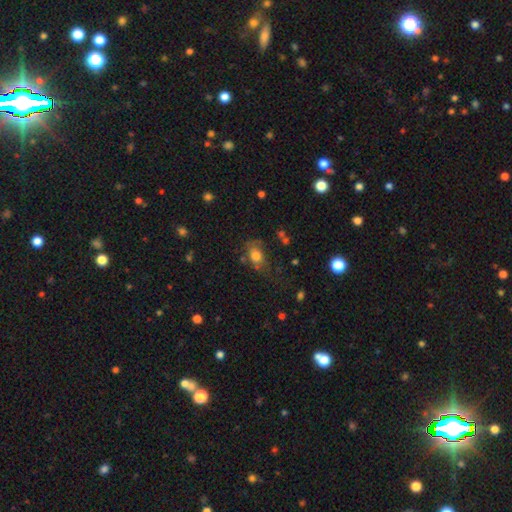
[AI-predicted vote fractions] A smooth galaxy with no disk features (71%) that is in between round and cigar-shaped (69%).

Vote fractions:
- Smooth or featured? smooth: 71% / featured or disk: 18% / star or artifact: 11%
- How rounded? in between: 69% / round: 28% / cigar-shaped: 2%
- Merging? none: 47% / minor disturbance: 27% / major disturbance: 21% / merger: 5%